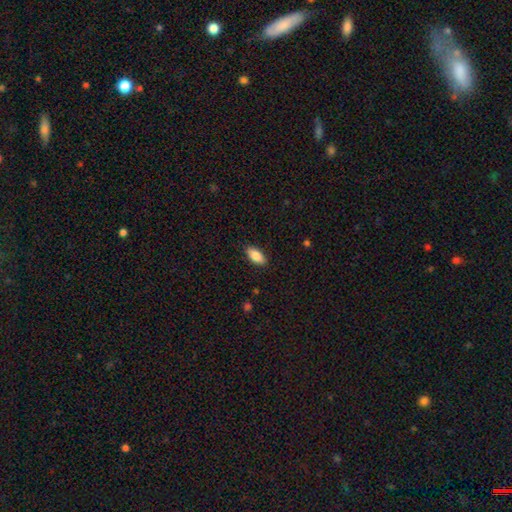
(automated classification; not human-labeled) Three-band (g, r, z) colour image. It shows a smooth galaxy with no disk features (84%) that is in between round and cigar-shaped (90%). Merging: none (89%).